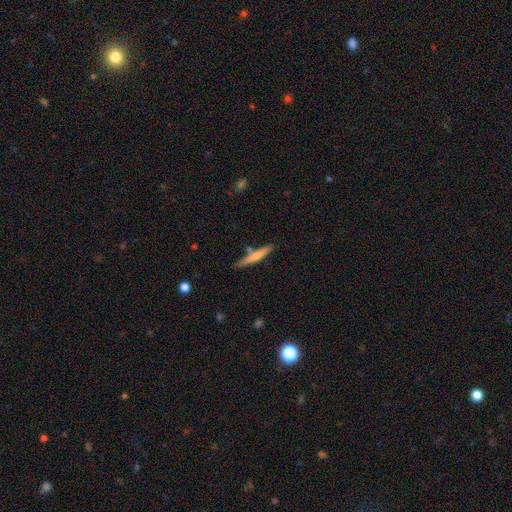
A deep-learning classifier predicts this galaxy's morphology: This is likely a smooth galaxy (62%). How rounded: clearly cigar-shaped (93%). Merging: likely none (77%).